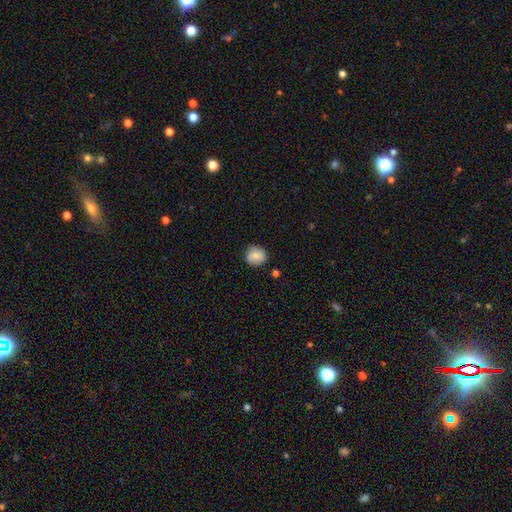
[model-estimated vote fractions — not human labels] Q: Smooth or featured?
A: smooth (80%); runner-up: featured or disk (11%)
Q: How rounded?
A: round (84%); runner-up: in between (15%)
Q: Merging?
A: none (80%); runner-up: minor disturbance (15%)